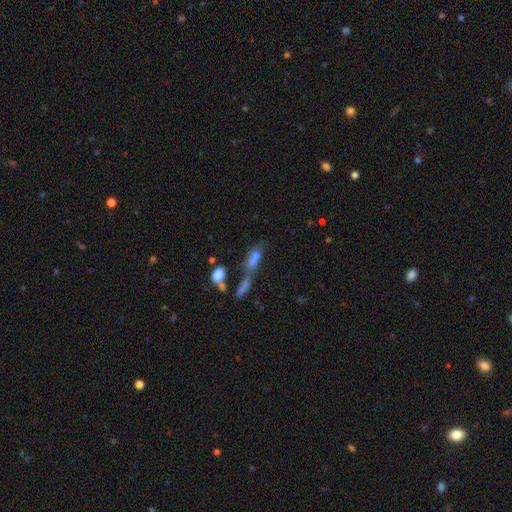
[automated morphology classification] smooth-or-featured: smooth: 39% | featured or disk: 35% | star or artifact: 26%
  merging: none: 42% | merger: 36% | minor disturbance: 12% | major disturbance: 11%